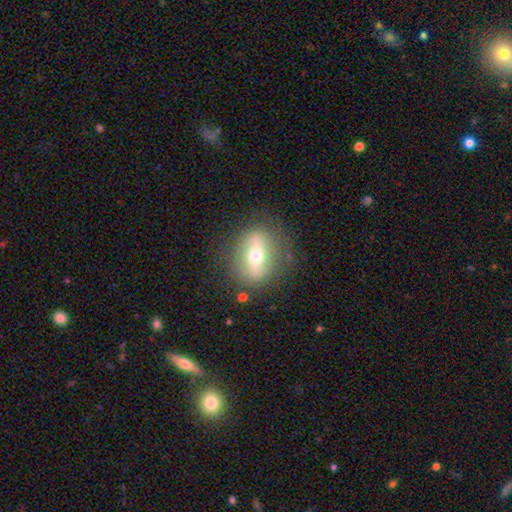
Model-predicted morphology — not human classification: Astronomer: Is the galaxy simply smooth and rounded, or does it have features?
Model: featured or disk — 56% (runner-up: smooth, 36%).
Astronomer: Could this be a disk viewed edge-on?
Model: no — 57% (runner-up: yes, 43%).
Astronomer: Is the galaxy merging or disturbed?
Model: none — 80%.